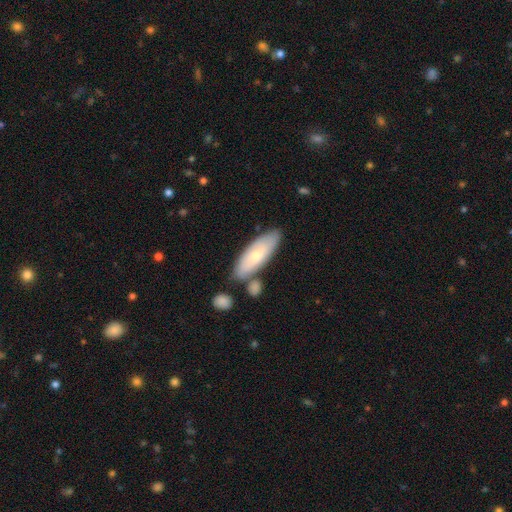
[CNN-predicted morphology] smooth_or_featured: smooth (p=0.63) [alt: featured or disk p=0.32]
how_rounded: in between (p=0.65) [alt: cigar-shaped p=0.33]
merging: none (p=0.69) [alt: minor disturbance p=0.16]